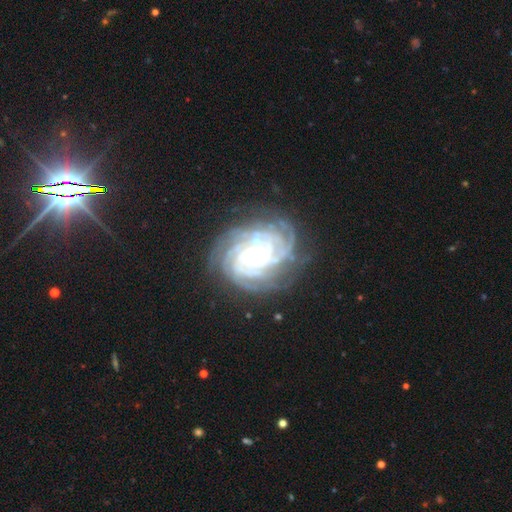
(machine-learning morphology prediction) This appears to be a featured or disk galaxy (89%) with no bar (72%), 4 (28%) tight (79%) spiral arms (98%) and a small central bulge (51%). Merging: none (73%).